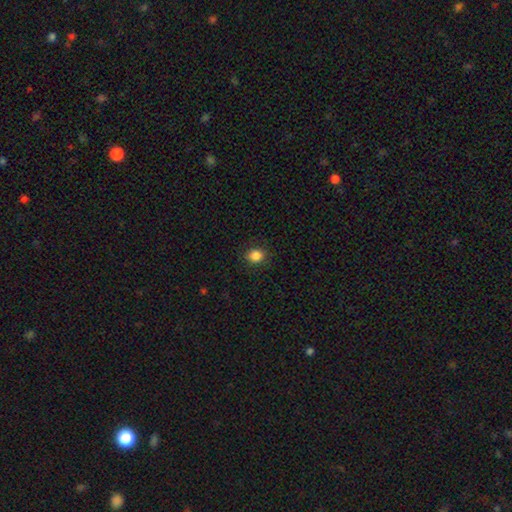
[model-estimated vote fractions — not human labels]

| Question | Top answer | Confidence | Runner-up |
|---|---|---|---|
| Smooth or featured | smooth | 86% | star or artifact (10%) |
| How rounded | round | 73% | in between (26%) |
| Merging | none | 89% | minor disturbance (8%) |